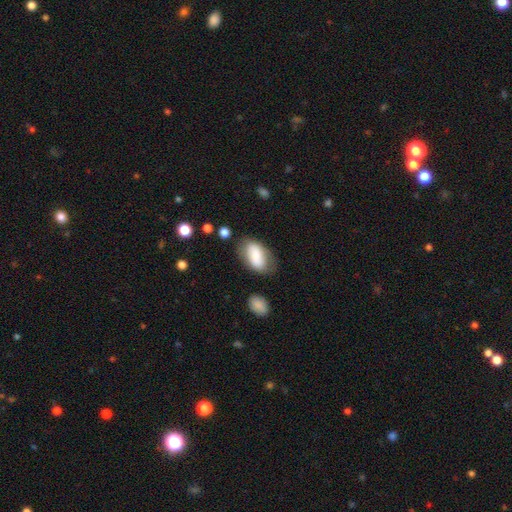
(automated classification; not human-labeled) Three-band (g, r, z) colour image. It shows a smooth galaxy with no disk features (78%) that is in between round and cigar-shaped (93%). Merging: none (67%).